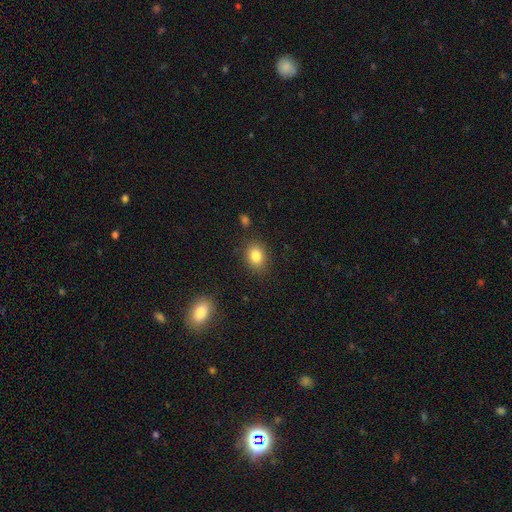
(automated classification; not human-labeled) A smooth galaxy with no disk features (84%) that is in between round and cigar-shaped (55%). Merging: none (85%).